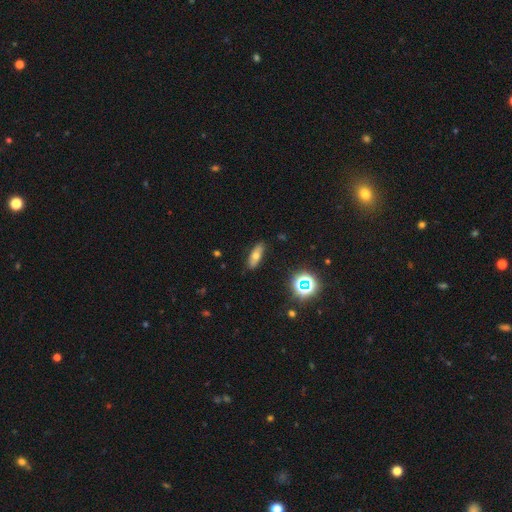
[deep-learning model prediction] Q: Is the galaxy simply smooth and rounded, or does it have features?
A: smooth — 61%.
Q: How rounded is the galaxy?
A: in between — 63%.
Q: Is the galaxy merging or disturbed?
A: none — 86%.